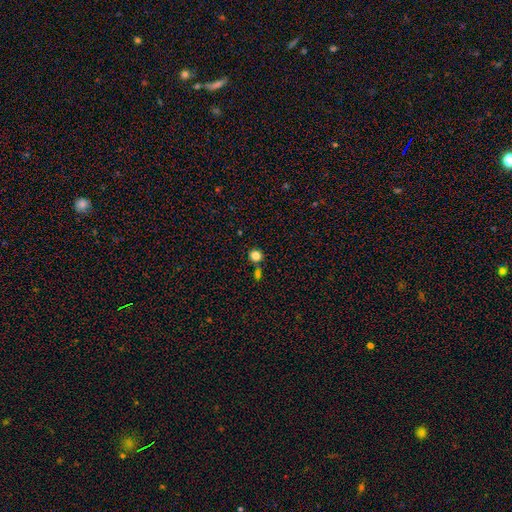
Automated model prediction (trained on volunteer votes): Smooth or featured: smooth — 83% (star or artifact — 12%)
How rounded: round — 89% (in between — 10%)
Merging: none — 74% (merger — 14%)